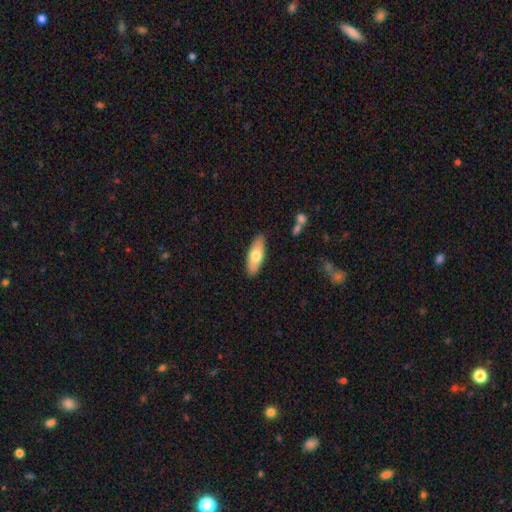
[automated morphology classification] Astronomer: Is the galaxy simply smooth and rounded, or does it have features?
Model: smooth — 69%.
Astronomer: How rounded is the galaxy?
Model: in between — 66%.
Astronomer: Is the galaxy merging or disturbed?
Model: none — 87%.